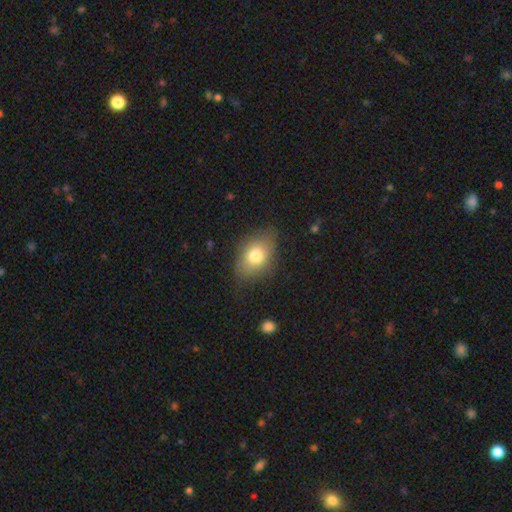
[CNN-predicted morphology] Smooth or featured? Predicted: smooth (p=0.76). How rounded? Predicted: in between (p=0.78). Merging? Predicted: none (p=0.74).